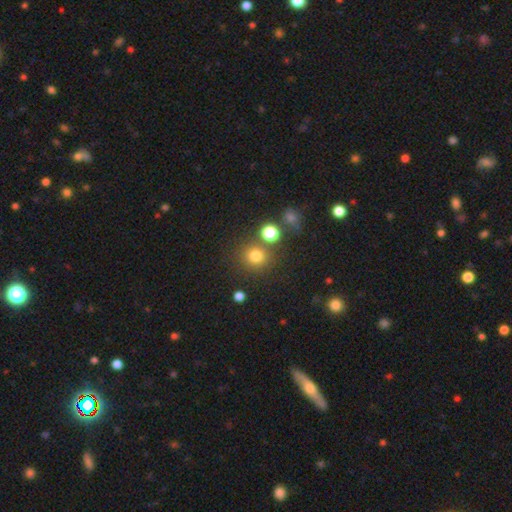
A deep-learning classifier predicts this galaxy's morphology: Smooth or featured?
  - smooth: 76% *
  - star or artifact: 18%
  - featured or disk: 6%
How rounded?
  - round: 90% *
  - in between: 9%
  - cigar-shaped: 1%
Merging?
  - none: 77% *
  - merger: 11%
  - minor disturbance: 9%
  - major disturbance: 4%